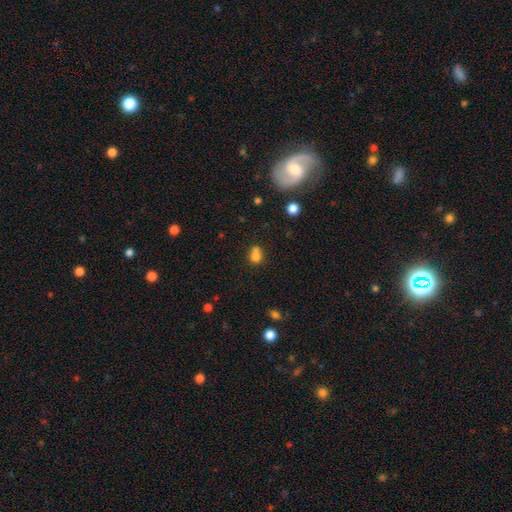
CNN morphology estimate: smooth 76%, star or artifact 14%, featured or disk 11%. Down the decision tree: how rounded — round (51%); merging — none (40%).